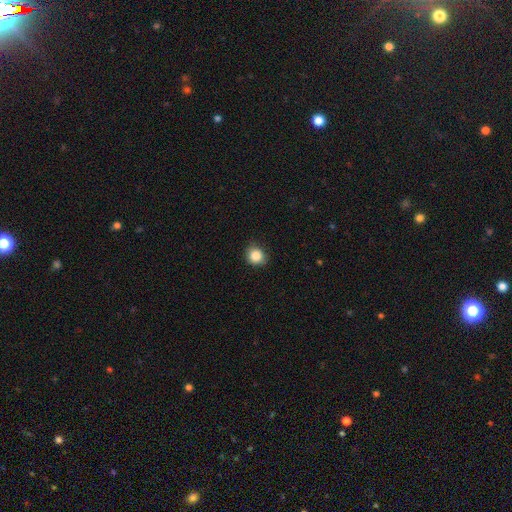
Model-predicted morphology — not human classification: This appears to be a smooth galaxy with no disk features (86%) that is round (85%). Merging: none (82%).